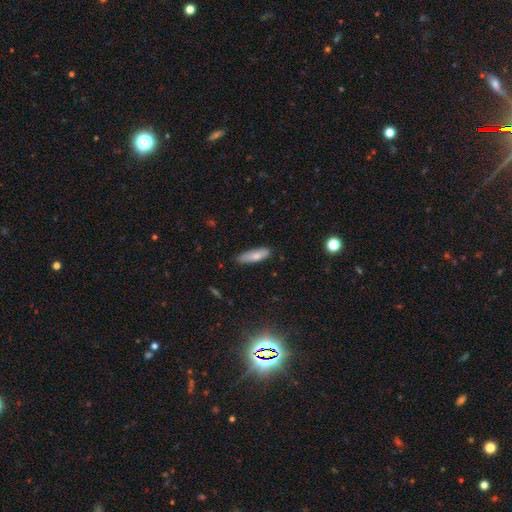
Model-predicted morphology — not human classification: A smooth galaxy with no disk features (78%) that is cigar-shaped (57%). Merging: none (82%).